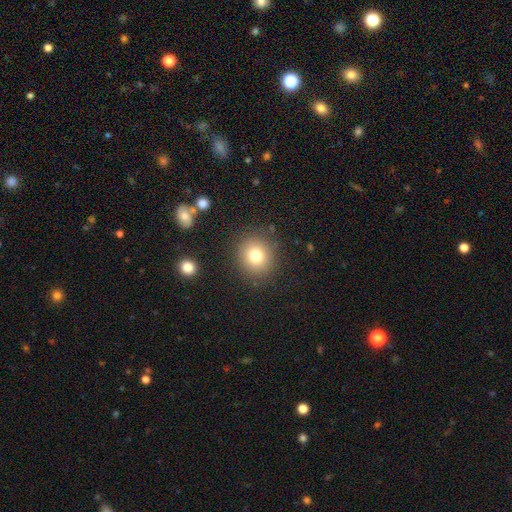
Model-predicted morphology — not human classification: smooth_or_featured: smooth (p=0.77) [alt: star or artifact p=0.13]
how_rounded: round (p=0.85) [alt: in between p=0.14]
merging: none (p=0.87) [alt: minor disturbance p=0.08]